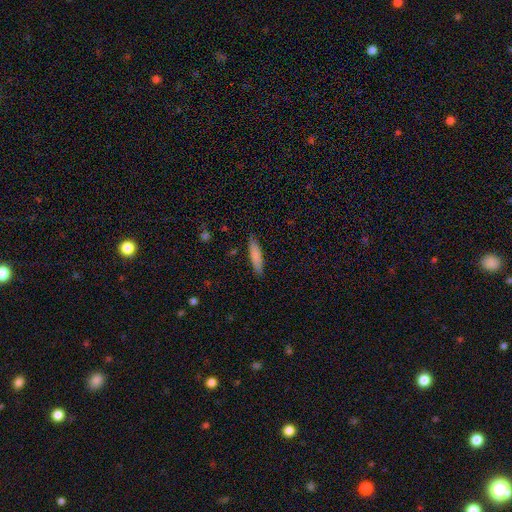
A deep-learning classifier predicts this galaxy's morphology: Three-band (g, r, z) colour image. It shows a smooth galaxy with no disk features (83%) that is cigar-shaped (78%). Merging: none (87%).